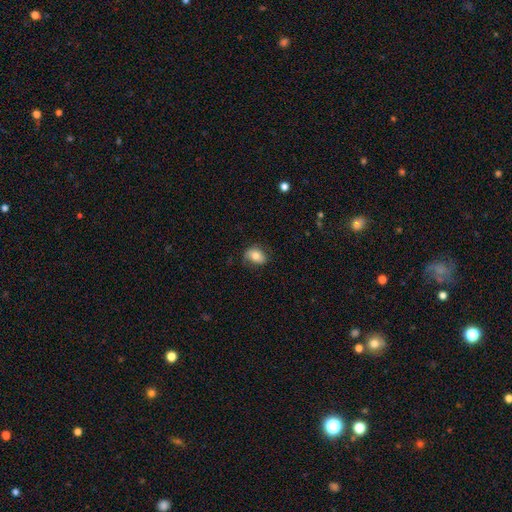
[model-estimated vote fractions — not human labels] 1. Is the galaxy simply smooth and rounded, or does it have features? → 67% smooth, 25% featured or disk, 8% star or artifact.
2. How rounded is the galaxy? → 66% in between, 33% round, 1% cigar-shaped.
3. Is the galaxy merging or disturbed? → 65% none, 24% minor disturbance, 10% major disturbance, 1% merger.